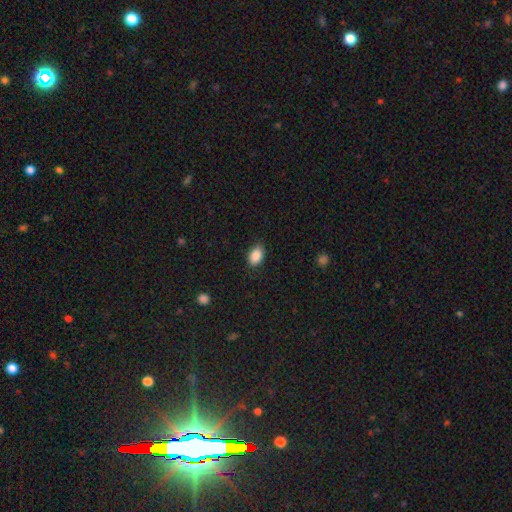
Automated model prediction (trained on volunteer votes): A smooth galaxy with no disk features (88%) that is in between round and cigar-shaped (90%). Merging: none (86%).